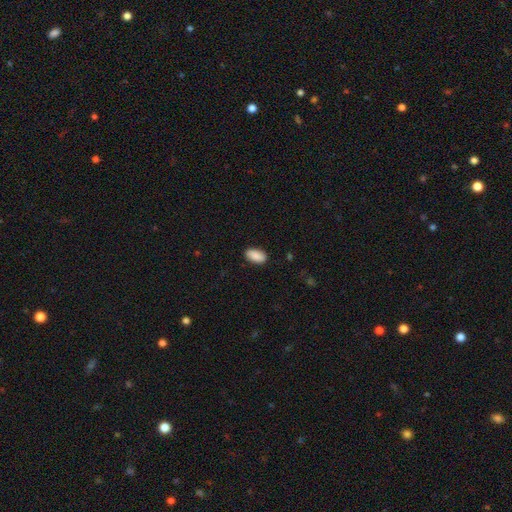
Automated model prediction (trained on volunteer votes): Overall: smooth (90%). How rounded: in between (94%). Merging: none (88%).